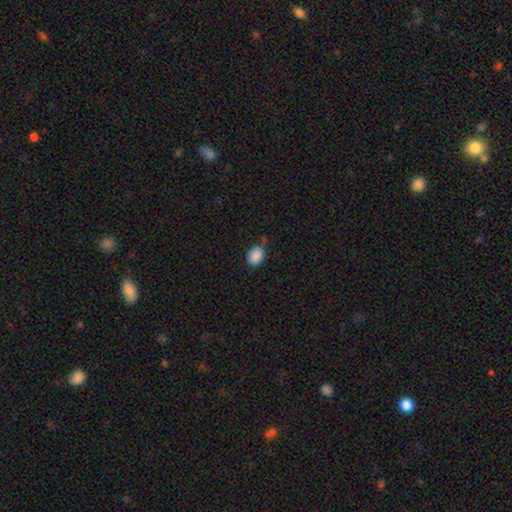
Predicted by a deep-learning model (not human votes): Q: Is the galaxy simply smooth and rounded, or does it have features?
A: smooth — 89%.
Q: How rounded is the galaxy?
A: in between — 67%.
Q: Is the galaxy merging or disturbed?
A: none — 71%.